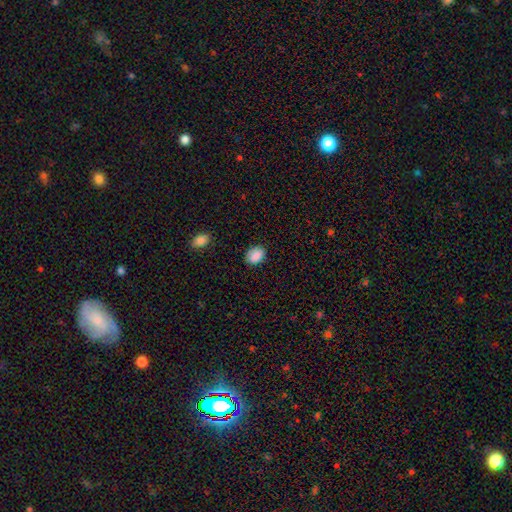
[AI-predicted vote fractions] The model was most divided on "how rounded": in between: 71%, round: 28%, cigar-shaped: 1%. More confident: smooth or featured — smooth (86%); merging — none (81%).